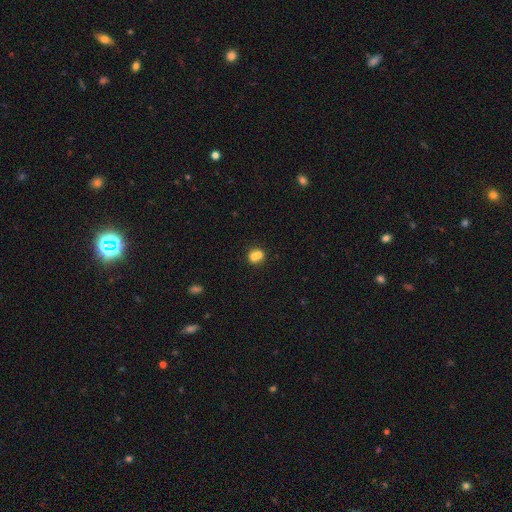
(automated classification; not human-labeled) Smooth or featured? Predicted: smooth (p=0.71). How rounded? Predicted: round (p=0.73). Merging? Predicted: merger (p=0.55).